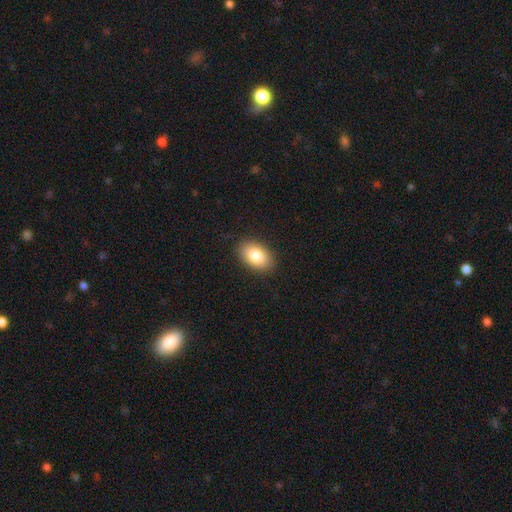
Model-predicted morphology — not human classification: A smooth galaxy with no disk features (84%) that is in between round and cigar-shaped (89%). Merging: none (89%).